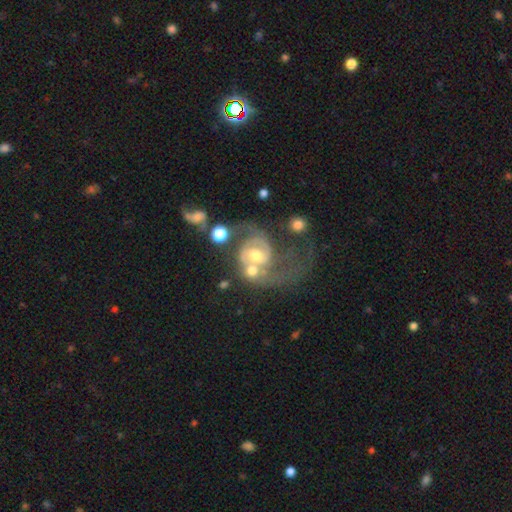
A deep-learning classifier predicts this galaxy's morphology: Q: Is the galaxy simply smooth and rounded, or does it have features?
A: featured or disk — 83%.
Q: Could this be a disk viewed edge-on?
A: no — 98%.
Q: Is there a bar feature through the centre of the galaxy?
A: no — 54%.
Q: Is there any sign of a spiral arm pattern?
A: yes — 93%.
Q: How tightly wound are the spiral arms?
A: medium — 49%.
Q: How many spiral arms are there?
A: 2 — 78%.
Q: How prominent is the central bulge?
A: moderate — 67%.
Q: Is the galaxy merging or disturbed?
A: merger — 31%.